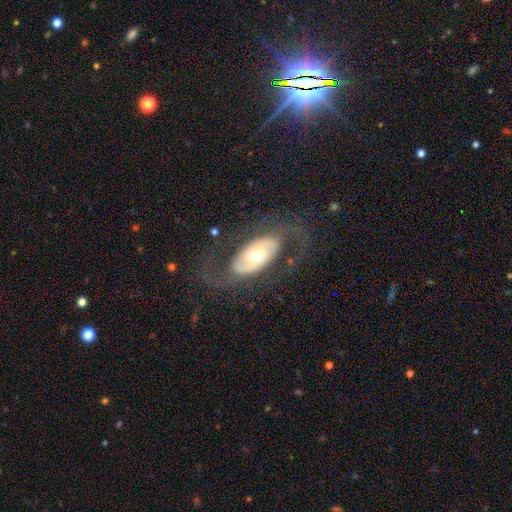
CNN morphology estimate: Q: Smooth or featured?
A: featured or disk (66%); runner-up: smooth (28%)
Q: Edge-on disk?
A: no (88%); runner-up: yes (12%)
Q: Bar?
A: no (65%); runner-up: weak (22%)
Q: Spiral arms?
A: yes (56%); runner-up: no (44%)
Q: Bulge size?
A: moderate (65%); runner-up: large (23%)
Q: Merging?
A: none (70%); runner-up: major disturbance (16%)